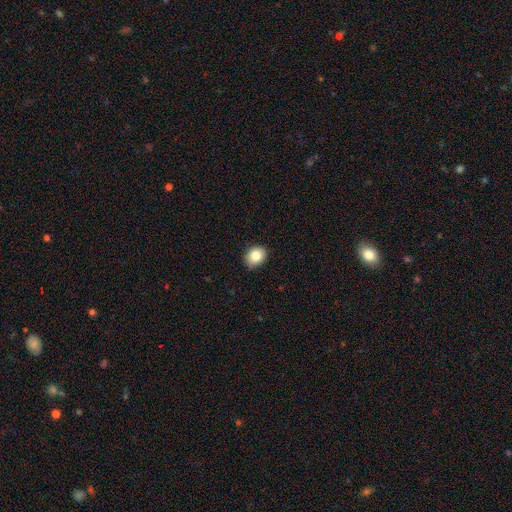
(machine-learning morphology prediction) Overall: smooth (83%). How rounded: round (57%; in between 42%). Merging: none (85%).